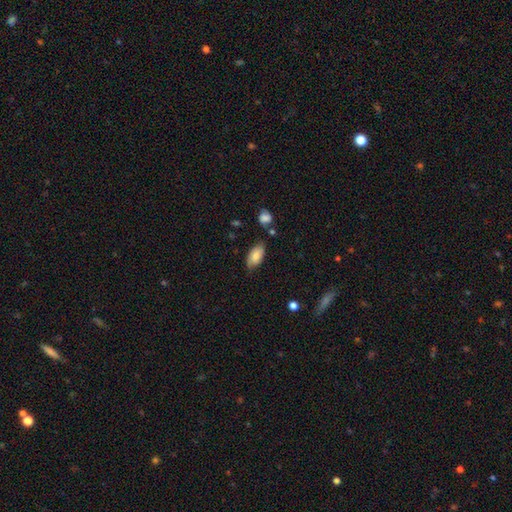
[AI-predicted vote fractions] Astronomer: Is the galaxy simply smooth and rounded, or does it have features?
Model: smooth — 75%.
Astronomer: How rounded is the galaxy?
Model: in between — 93%.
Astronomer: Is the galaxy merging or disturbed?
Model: none — 68%.